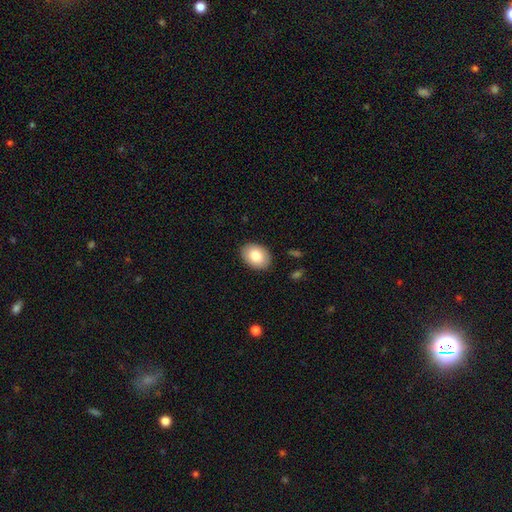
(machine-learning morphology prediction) Smooth or featured? smooth (82%)
How rounded? in between (77%)
Merging? none (88%)